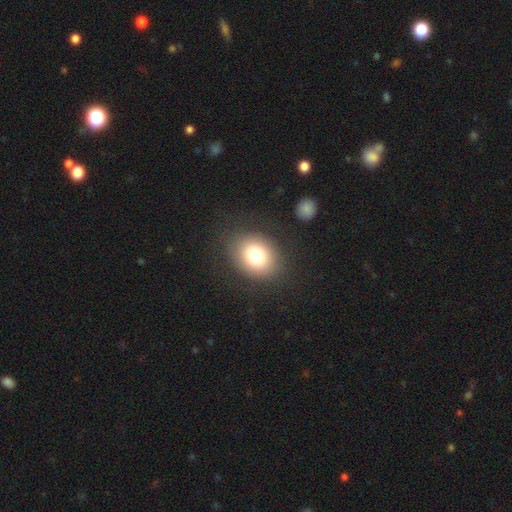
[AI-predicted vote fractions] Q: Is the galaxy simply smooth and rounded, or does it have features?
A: smooth — 78%.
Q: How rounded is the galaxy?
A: in between — 51%.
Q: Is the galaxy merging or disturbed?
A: none — 83%.